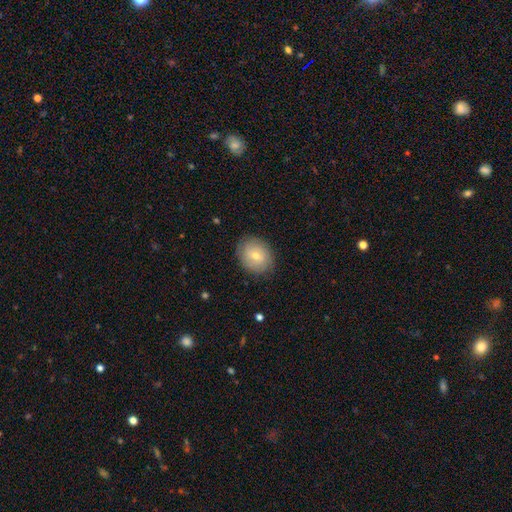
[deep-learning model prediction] Smooth or featured: smooth — 63% (featured or disk — 27%)
How rounded: round — 63% (in between — 36%)
Merging: none — 85% (minor disturbance — 11%)